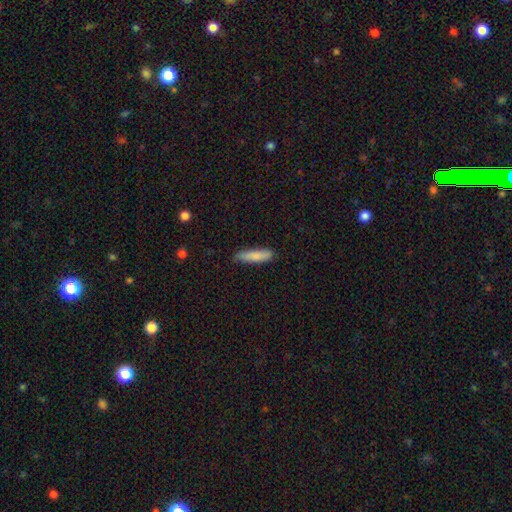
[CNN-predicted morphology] smooth-or-featured: smooth: 83% | featured or disk: 11% | star or artifact: 6%
  how-rounded: cigar-shaped: 81% | in between: 18% | round: 1%
  merging: none: 81% | minor disturbance: 15% | major disturbance: 2% | merger: 1%